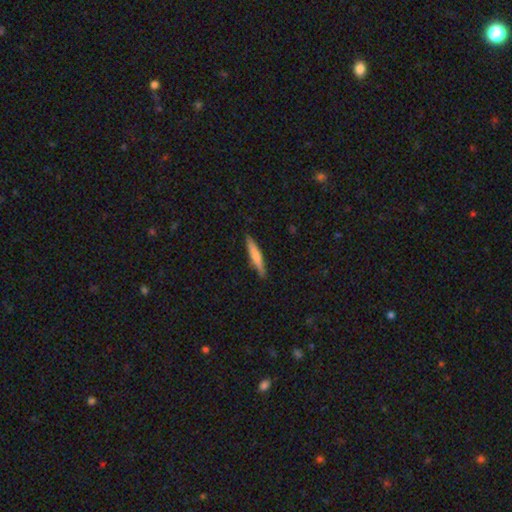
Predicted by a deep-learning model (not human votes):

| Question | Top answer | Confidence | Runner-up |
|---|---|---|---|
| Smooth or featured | smooth | 69% | featured or disk (26%) |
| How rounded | cigar-shaped | 93% | in between (5%) |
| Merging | none | 88% | minor disturbance (9%) |